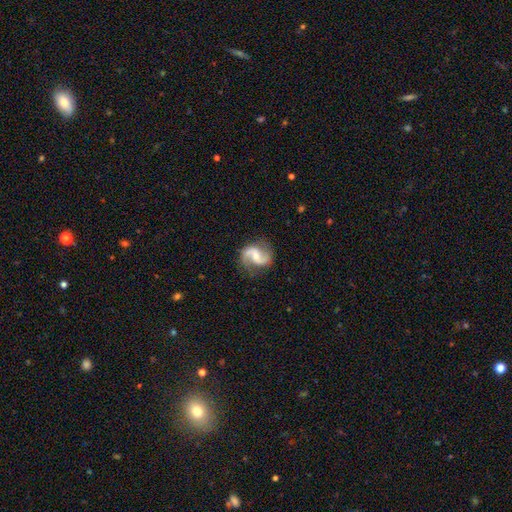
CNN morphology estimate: The model was most divided on "spiral winding": loose: 45%, medium: 44%, tight: 10%. Remaining: edge-on disk — no (98%); spiral arms — yes (97%); spiral arm count — 2 (93%); smooth or featured — featured or disk (88%); merging — none (80%); bulge size — moderate (48%); bar — weak (46%).